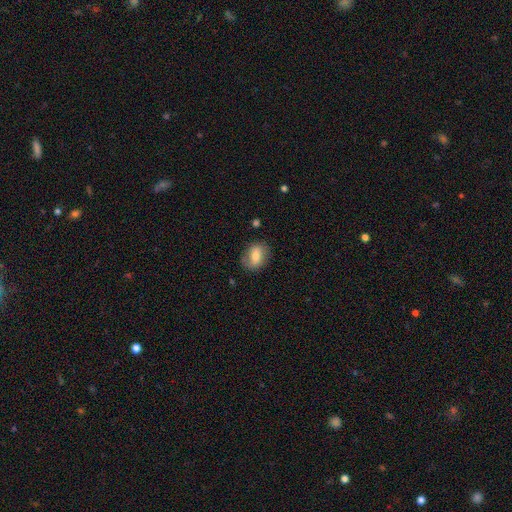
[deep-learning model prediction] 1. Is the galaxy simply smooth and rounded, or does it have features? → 66% smooth, 26% featured or disk, 8% star or artifact.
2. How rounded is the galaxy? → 64% in between, 34% round, 2% cigar-shaped.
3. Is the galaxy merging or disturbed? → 77% none, 17% minor disturbance, 5% major disturbance, 2% merger.